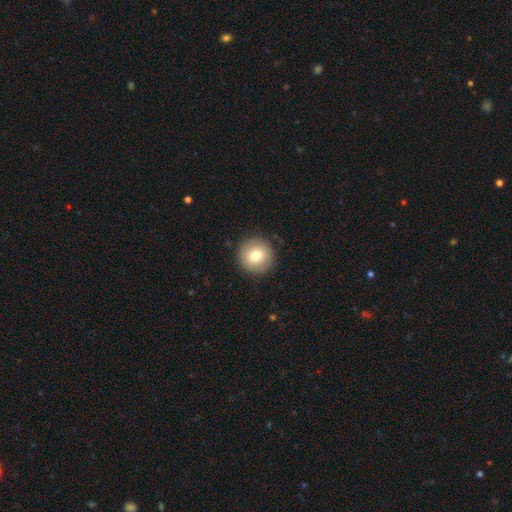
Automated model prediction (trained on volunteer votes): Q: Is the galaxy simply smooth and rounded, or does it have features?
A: smooth — 77%.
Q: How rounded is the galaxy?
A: round — 95%.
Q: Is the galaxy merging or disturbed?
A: none — 91%.